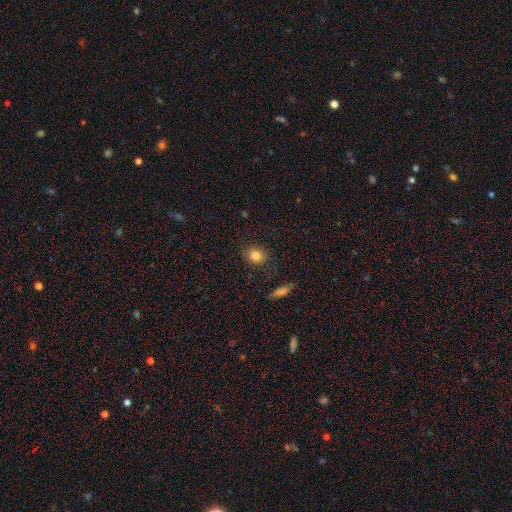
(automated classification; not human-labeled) Morphology: type=smooth (83%); roundness=round (69%); merging=none (85%).